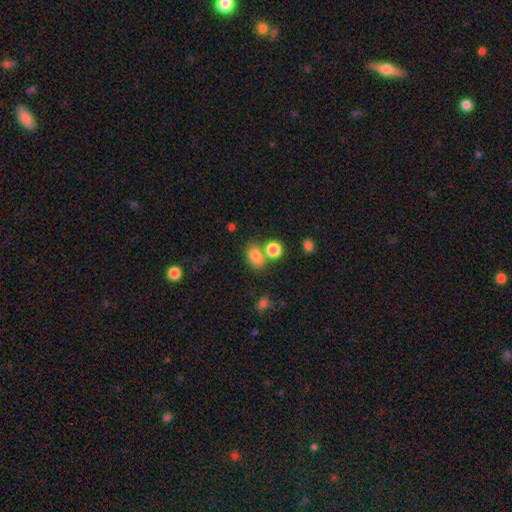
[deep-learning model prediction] This appears to be a smooth galaxy with no disk features (78%) that is in between round and cigar-shaped (62%). Merging: none (53%).